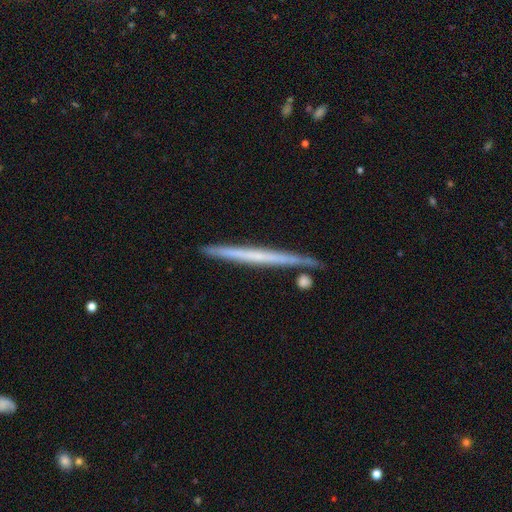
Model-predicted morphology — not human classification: This is possibly a featured or disk galaxy (54%). It is clearly viewed edge-on (97%). Edge-on bulge: clearly none (88%). Merging: clearly none (86%).